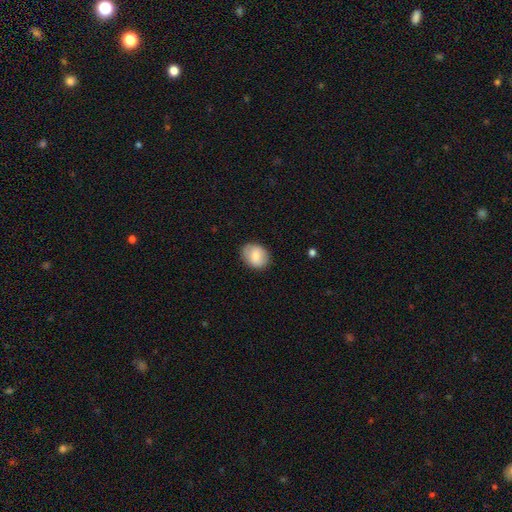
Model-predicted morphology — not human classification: Smooth or featured? Predicted: smooth (p=0.78). How rounded? Predicted: in between (p=0.54). Merging? Predicted: none (p=0.85).